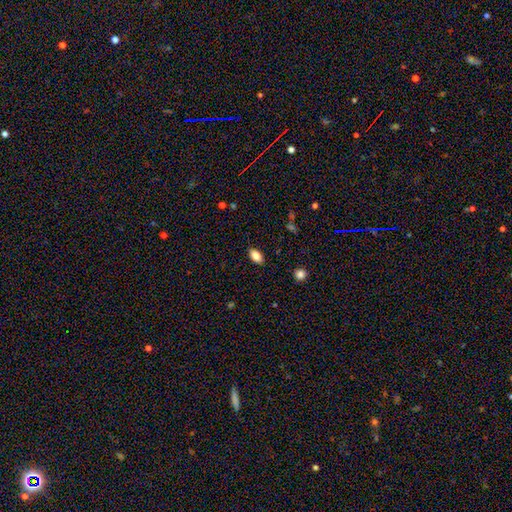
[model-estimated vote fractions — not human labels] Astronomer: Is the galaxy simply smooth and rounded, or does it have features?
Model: smooth — 85%.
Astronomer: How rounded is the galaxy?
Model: in between — 90%.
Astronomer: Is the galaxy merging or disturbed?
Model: none — 88%.